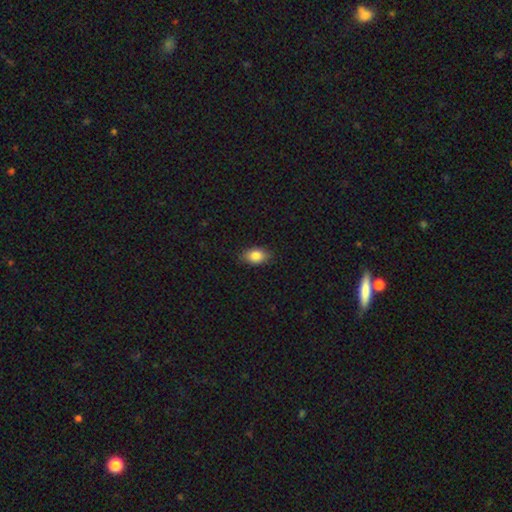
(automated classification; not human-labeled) smooth-or-featured: smooth: 85% | star or artifact: 8% | featured or disk: 7%
  how-rounded: in between: 86% | round: 12% | cigar-shaped: 2%
  merging: none: 86% | minor disturbance: 11% | major disturbance: 2% | merger: 1%